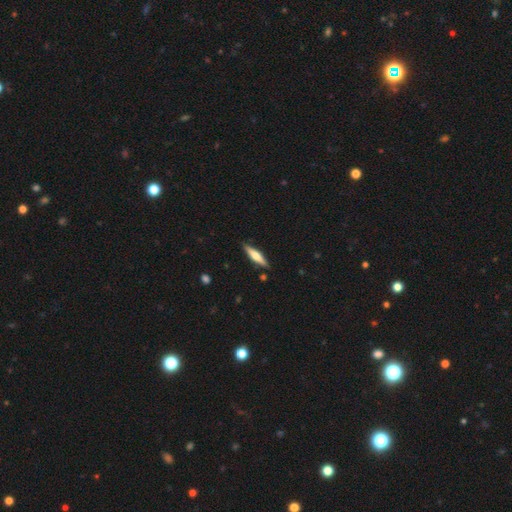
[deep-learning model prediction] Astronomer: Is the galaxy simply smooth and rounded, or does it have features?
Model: featured or disk — 55% (runner-up: smooth, 39%).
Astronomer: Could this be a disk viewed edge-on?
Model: yes — 96%.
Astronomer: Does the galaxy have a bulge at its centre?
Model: rounded — 87%.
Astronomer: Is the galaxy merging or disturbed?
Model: none — 88%.